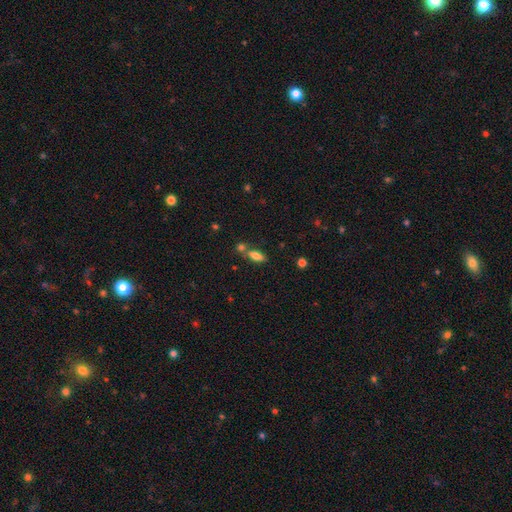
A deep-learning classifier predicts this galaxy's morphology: smooth-or-featured: smooth: 76% | featured or disk: 14% | star or artifact: 10%
  how-rounded: in between: 73% | cigar-shaped: 24% | round: 4%
  merging: none: 56% | merger: 30% | minor disturbance: 11% | major disturbance: 4%